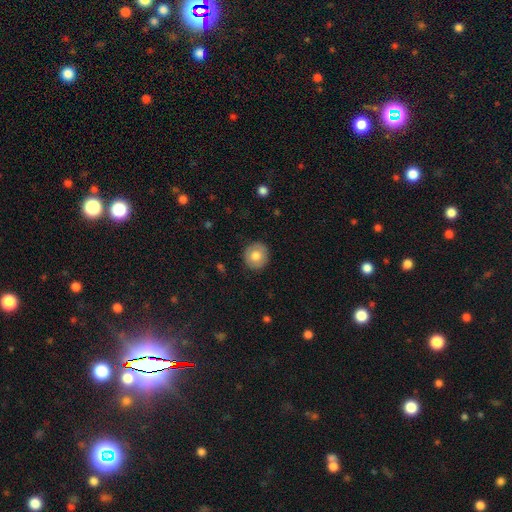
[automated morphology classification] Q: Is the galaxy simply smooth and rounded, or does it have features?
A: smooth — 76%.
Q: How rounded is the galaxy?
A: round — 90%.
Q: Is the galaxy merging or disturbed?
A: none — 89%.